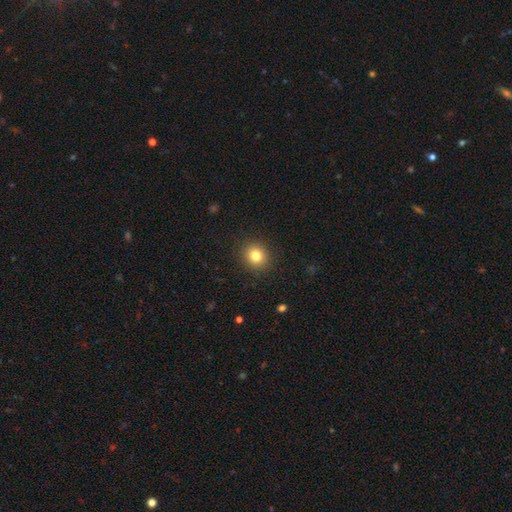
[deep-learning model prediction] A smooth galaxy with no disk features (81%) that is round (84%).

Vote fractions:
- Smooth or featured? smooth: 81% / star or artifact: 12% / featured or disk: 7%
- How rounded? round: 84% / in between: 15% / cigar-shaped: 1%
- Merging? none: 90% / minor disturbance: 6% / major disturbance: 2% / merger: 1%